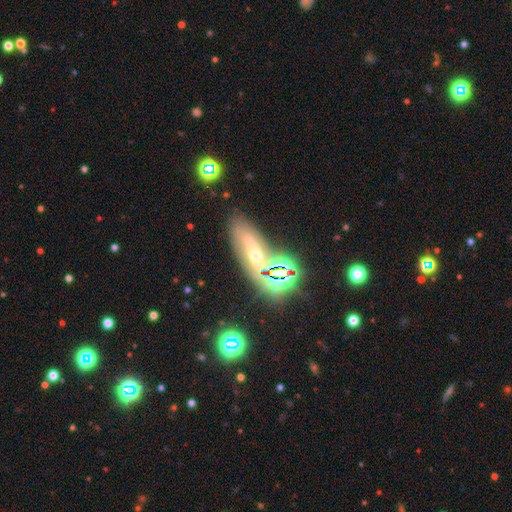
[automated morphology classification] A featured or disk galaxy (47%).

Vote fractions:
- Smooth or featured? featured or disk: 47% / star or artifact: 29% / smooth: 25%
- Merging? none: 61% / minor disturbance: 18% / merger: 11% / major disturbance: 10%